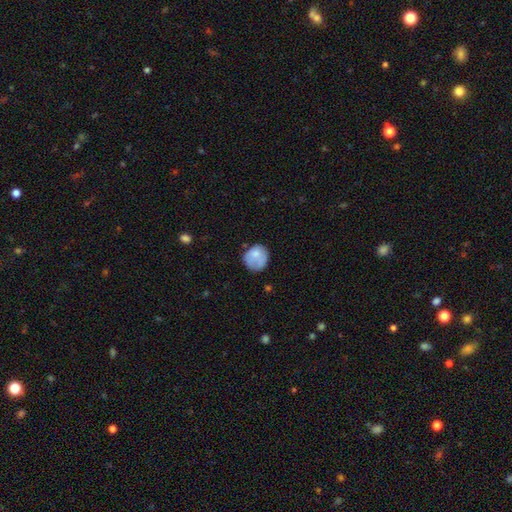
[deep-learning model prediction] Smooth or featured? Predicted: smooth (p=0.76). How rounded? Predicted: round (p=0.77). Merging? Predicted: none (p=0.59).